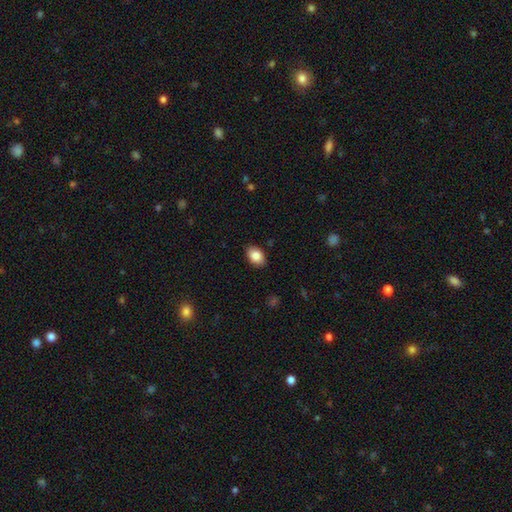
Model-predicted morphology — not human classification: Smooth or featured?
  - smooth: 86% *
  - star or artifact: 7%
  - featured or disk: 7%
How rounded?
  - in between: 86% *
  - round: 13%
  - cigar-shaped: 1%
Merging?
  - none: 87% *
  - minor disturbance: 10%
  - major disturbance: 2%
  - merger: 1%